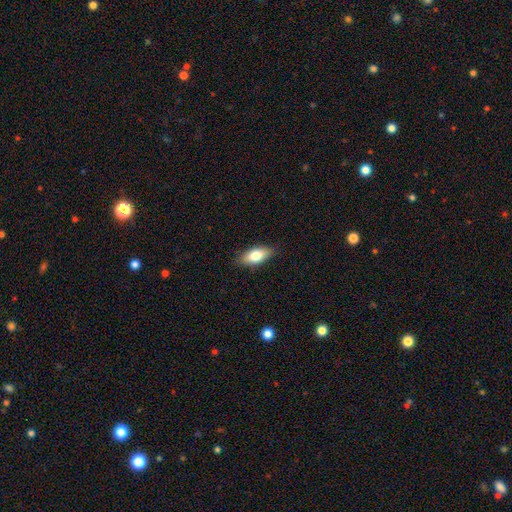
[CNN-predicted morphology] A smooth galaxy with no disk features (75%) that is in between round and cigar-shaped (85%).

Vote fractions:
- Smooth or featured? smooth: 75% / featured or disk: 18% / star or artifact: 7%
- How rounded? in between: 85% / cigar-shaped: 11% / round: 4%
- Merging? none: 88% / minor disturbance: 9% / major disturbance: 2% / merger: 1%